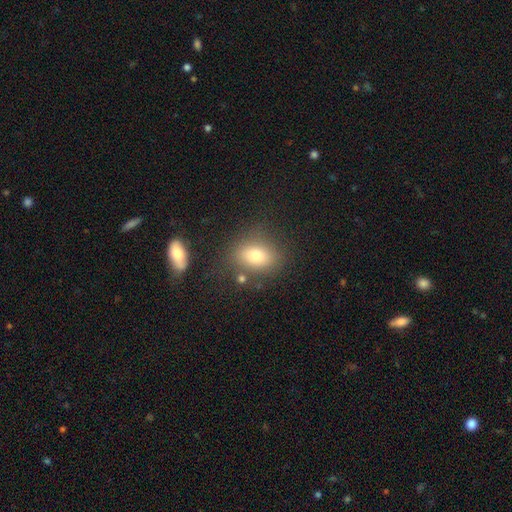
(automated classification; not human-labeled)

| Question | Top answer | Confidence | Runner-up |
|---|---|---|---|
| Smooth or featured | smooth | 75% | featured or disk (13%) |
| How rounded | in between | 67% | round (31%) |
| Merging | none | 74% | minor disturbance (13%) |